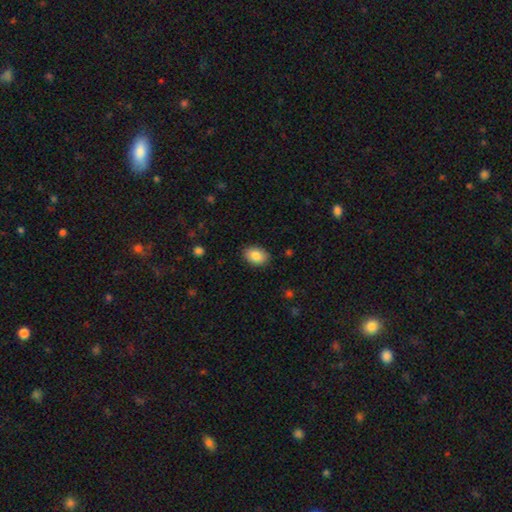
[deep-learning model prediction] smooth-or-featured: smooth: 87% | star or artifact: 7% | featured or disk: 6%
  how-rounded: in between: 85% | round: 14% | cigar-shaped: 1%
  merging: none: 87% | minor disturbance: 10% | major disturbance: 2% | merger: 1%